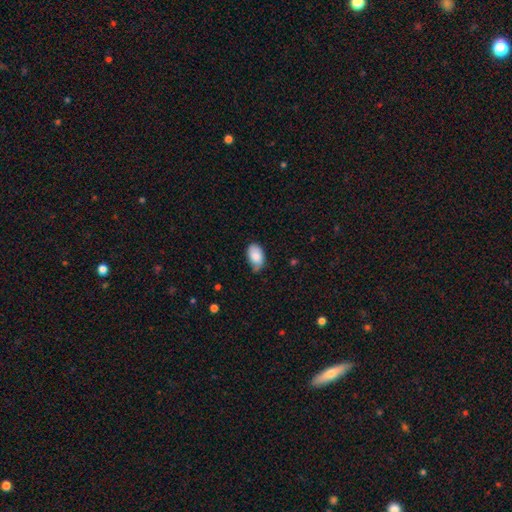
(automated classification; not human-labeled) This is clearly a smooth galaxy (84%). How rounded: clearly in between (93%). Merging: possibly none (56%).